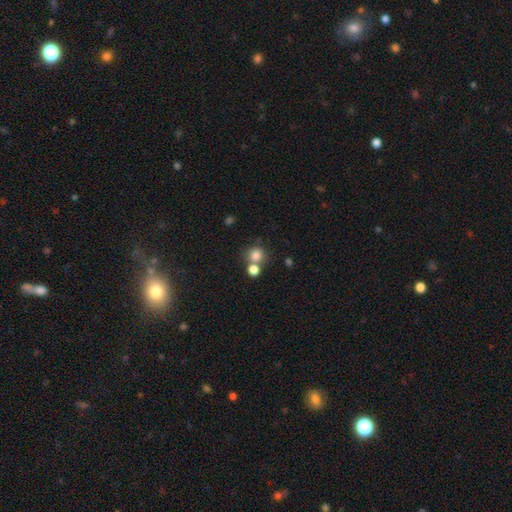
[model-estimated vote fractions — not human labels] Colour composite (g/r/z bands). It shows a smooth galaxy with no disk features (80%) that is round (87%). Merging: none (57%).